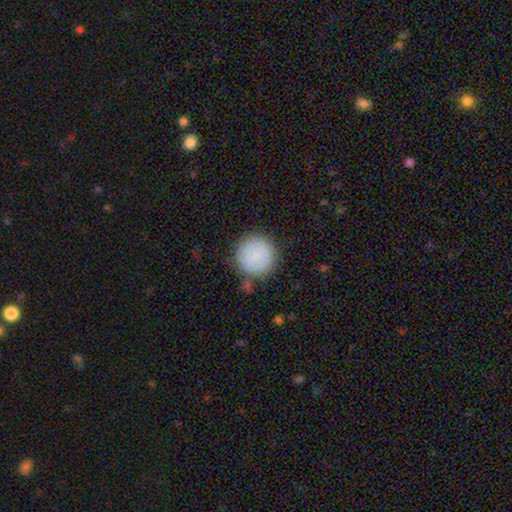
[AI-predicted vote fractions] smooth-or-featured: smooth: 85% | featured or disk: 8% | star or artifact: 7%
  how-rounded: round: 95% | in between: 4% | cigar-shaped: 1%
  merging: none: 84% | minor disturbance: 10% | major disturbance: 4% | merger: 3%